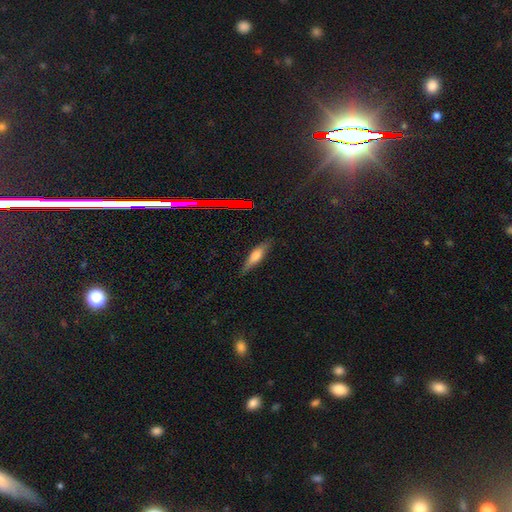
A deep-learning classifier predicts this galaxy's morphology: Smooth or featured: smooth — 57% (featured or disk — 32%)
How rounded: cigar-shaped — 63% (in between — 35%)
Merging: none — 80% (minor disturbance — 16%)